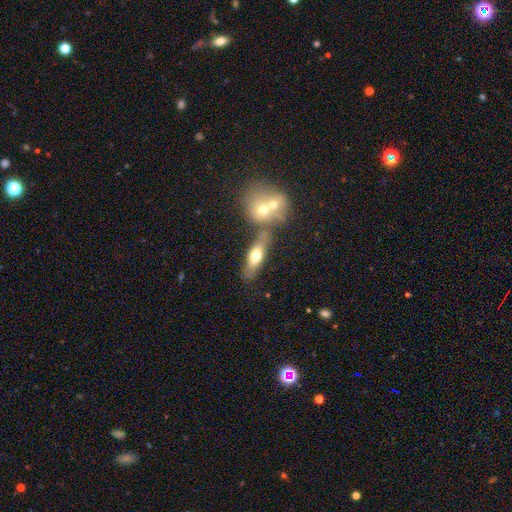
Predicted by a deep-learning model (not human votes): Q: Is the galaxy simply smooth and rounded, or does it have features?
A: smooth — 61%.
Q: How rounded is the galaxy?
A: in between — 58%.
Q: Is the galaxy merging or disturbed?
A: none — 51%.